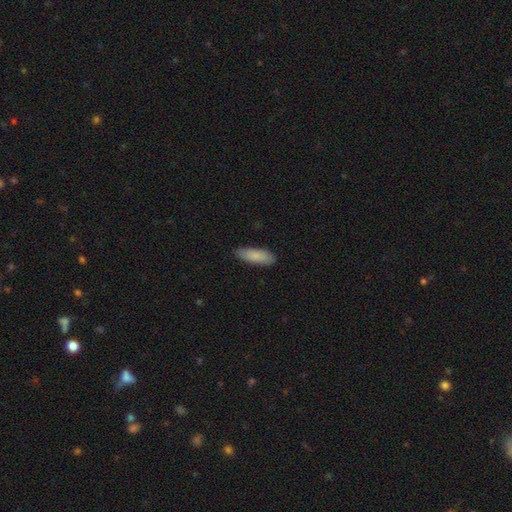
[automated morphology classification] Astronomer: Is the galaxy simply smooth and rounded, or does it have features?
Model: smooth — 86%.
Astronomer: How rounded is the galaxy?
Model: in between — 55% (runner-up: cigar-shaped, 43%).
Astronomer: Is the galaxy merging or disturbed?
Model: none — 85%.